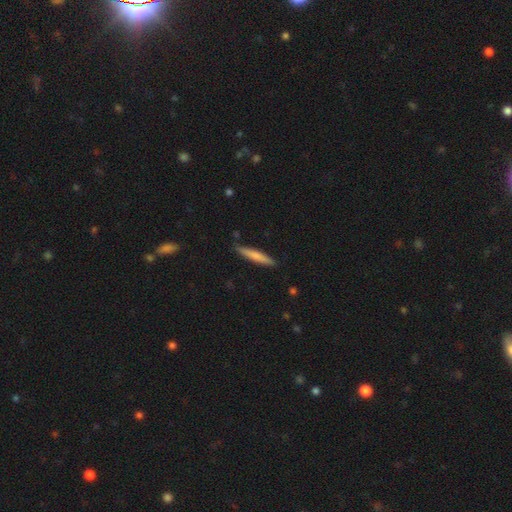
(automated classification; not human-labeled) Q: Smooth or featured?
A: smooth (71%); runner-up: featured or disk (24%)
Q: How rounded?
A: cigar-shaped (94%); runner-up: in between (5%)
Q: Merging?
A: none (87%); runner-up: minor disturbance (10%)